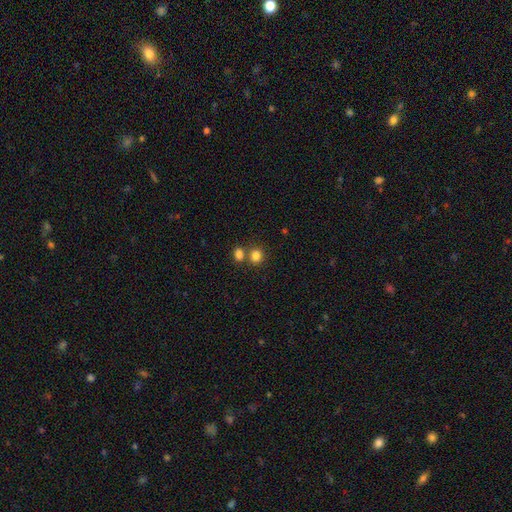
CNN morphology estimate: A smooth galaxy with no disk features (82%) that is round (70%).

Vote fractions:
- Smooth or featured? smooth: 82% / star or artifact: 12% / featured or disk: 6%
- How rounded? round: 70% / in between: 29% / cigar-shaped: 1%
- Merging? none: 57% / merger: 32% / minor disturbance: 8% / major disturbance: 3%